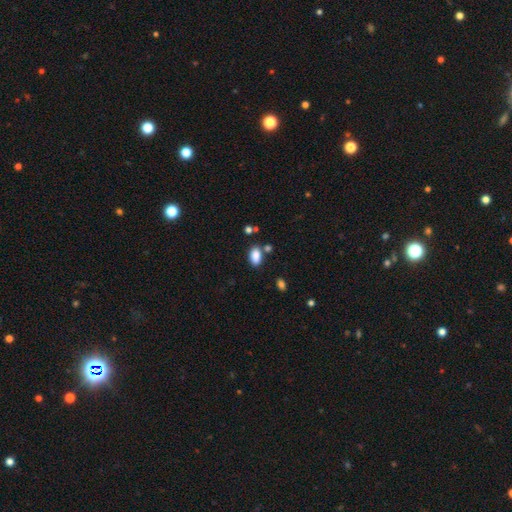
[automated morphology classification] A smooth galaxy with no disk features (87%) that is in between round and cigar-shaped (91%). Merging: none (73%).